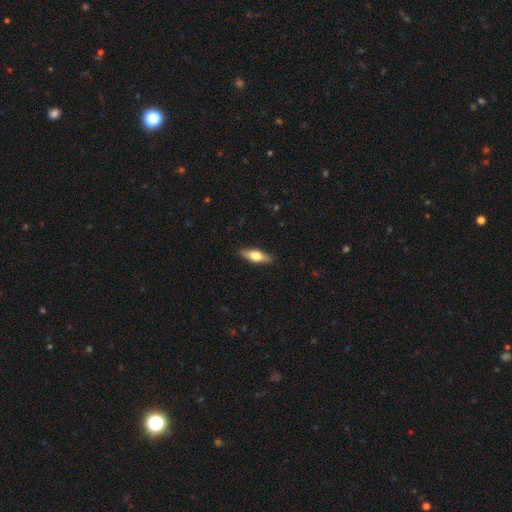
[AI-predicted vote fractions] A smooth galaxy with no disk features (59%) that is in between round and cigar-shaped (54%).

Vote fractions:
- Smooth or featured? smooth: 59% / featured or disk: 35% / star or artifact: 6%
- How rounded? in between: 54% / cigar-shaped: 43% / round: 3%
- Merging? none: 88% / minor disturbance: 9% / major disturbance: 2% / merger: 1%